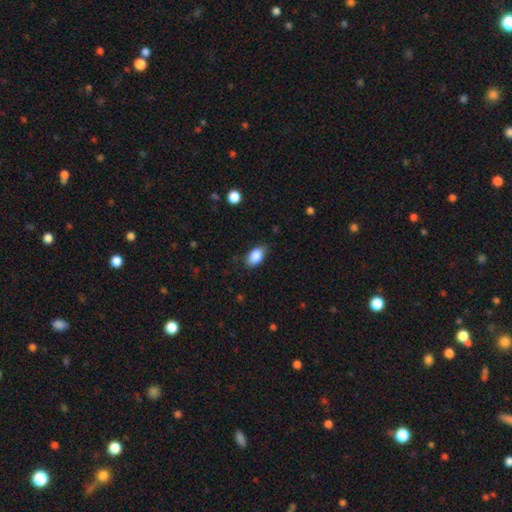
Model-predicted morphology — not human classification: Smooth or featured: smooth — 87% (star or artifact — 7%)
How rounded: in between — 91% (round — 7%)
Merging: none — 77% (minor disturbance — 18%)